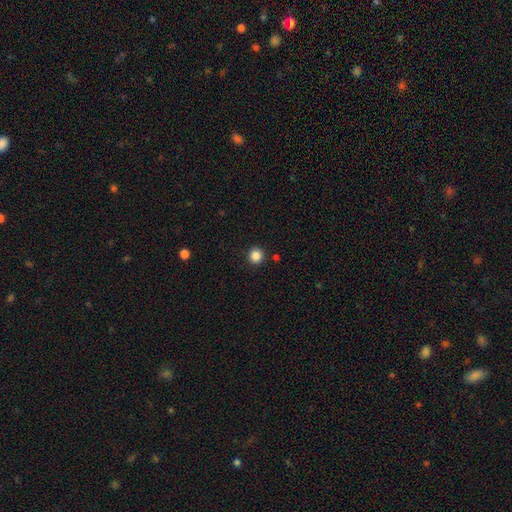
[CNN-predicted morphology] This is clearly a smooth galaxy (86%). How rounded: clearly round (93%). Merging: clearly none (90%).